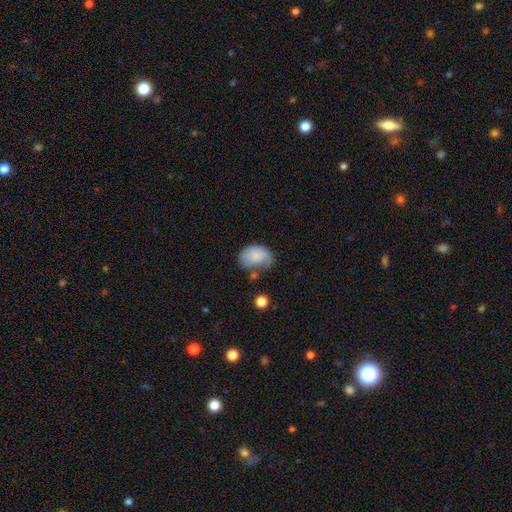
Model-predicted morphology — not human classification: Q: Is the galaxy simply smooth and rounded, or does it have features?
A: smooth — 76%.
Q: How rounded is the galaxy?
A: in between — 79%.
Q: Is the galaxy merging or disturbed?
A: none — 38%.